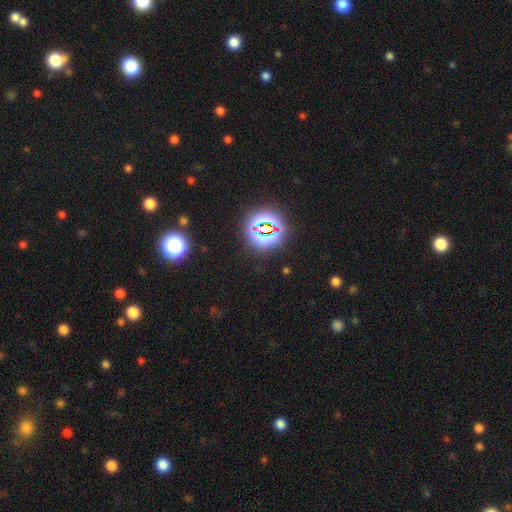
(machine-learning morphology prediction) smooth-or-featured: star or artifact: 81% | smooth: 13% | featured or disk: 6%